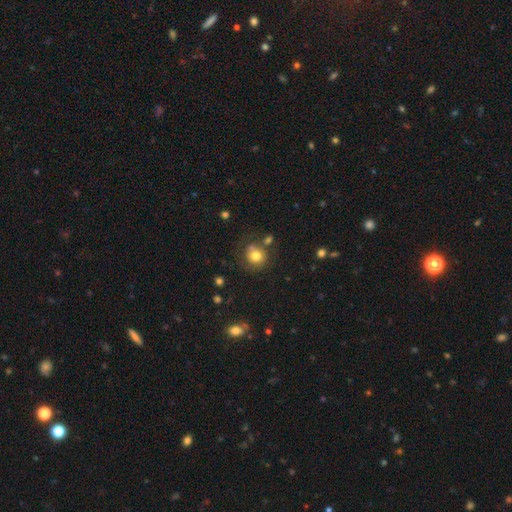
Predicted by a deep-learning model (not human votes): Smooth or featured? smooth (78%)
How rounded? round (85%)
Merging? none (65%)